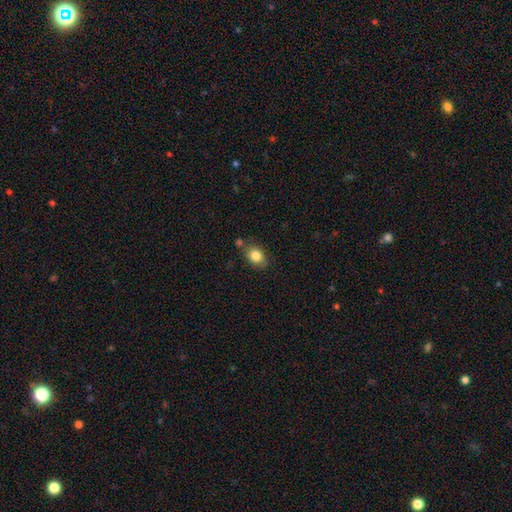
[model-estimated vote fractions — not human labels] Smooth or featured: smooth — 83% (featured or disk — 9%)
How rounded: in between — 70% (round — 29%)
Merging: none — 70% (minor disturbance — 17%)